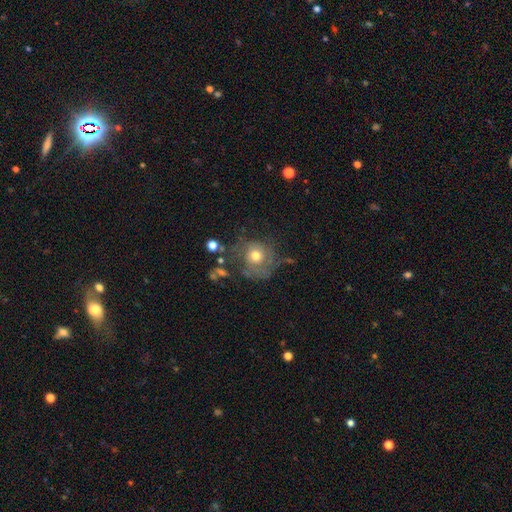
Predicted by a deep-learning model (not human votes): Smooth or featured? Predicted: smooth (p=0.46). Merging? Predicted: none (p=0.49).